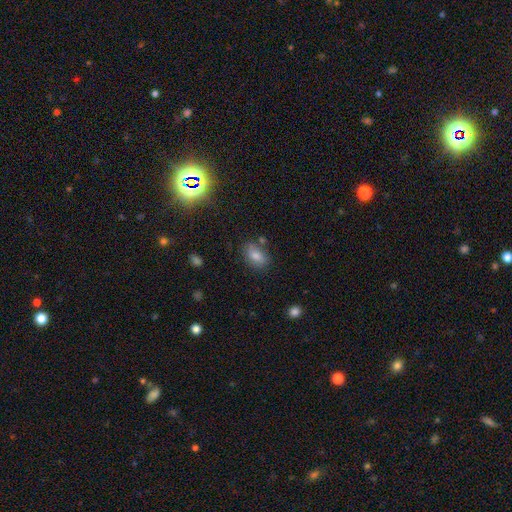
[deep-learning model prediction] This appears to be a smooth galaxy with no disk features (69%) that is in between round and cigar-shaped (81%). Merging: none (73%).